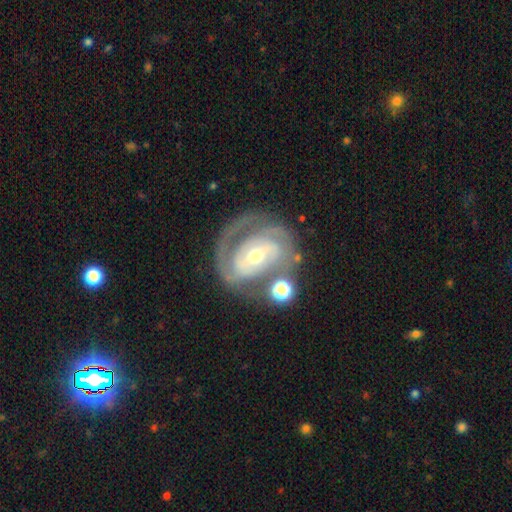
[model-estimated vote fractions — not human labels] Morphology: type=featured or disk (84%); edge-on=no (96%); bar=weak (38%); spiral arms=yes (89%); winding=tight (61%); arm count=2 (53%); bulge=small (50%); merging=none (60%).